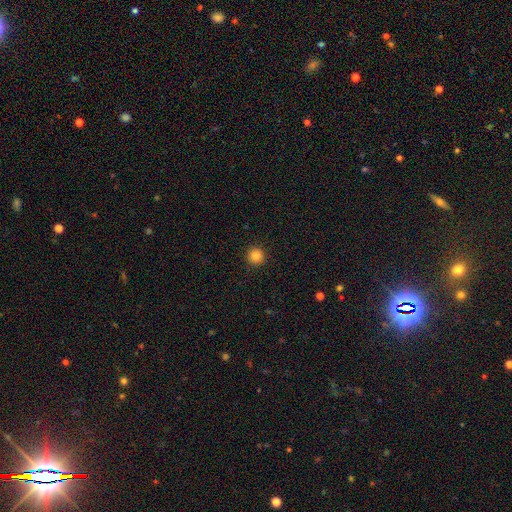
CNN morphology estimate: Overall: smooth (84%). How rounded: round (95%). Merging: none (93%).